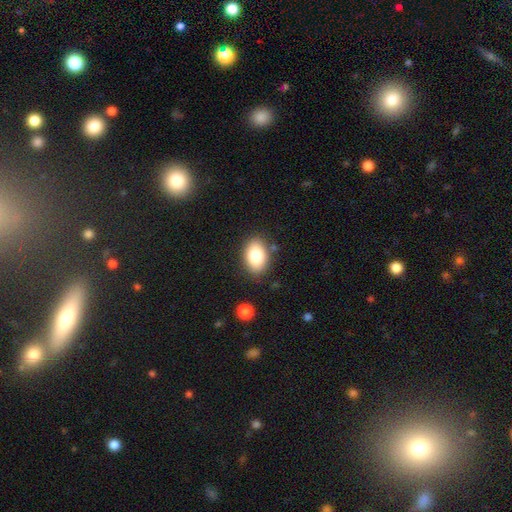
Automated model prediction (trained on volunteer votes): Overall: smooth (84%). How rounded: in between (85%). Merging: none (83%).